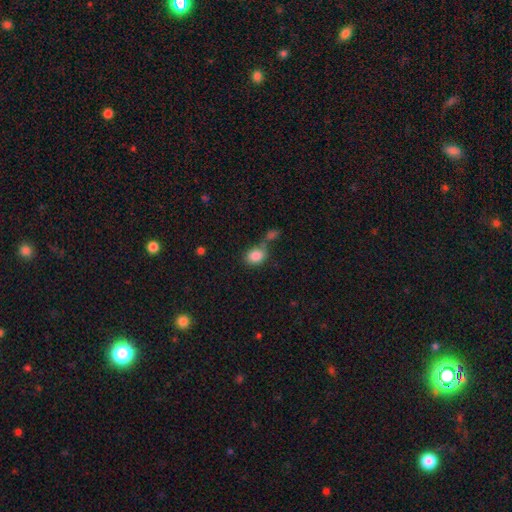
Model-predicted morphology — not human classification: This appears to be a smooth galaxy with no disk features (86%) that is in between round and cigar-shaped (62%). Merging: none (57%).